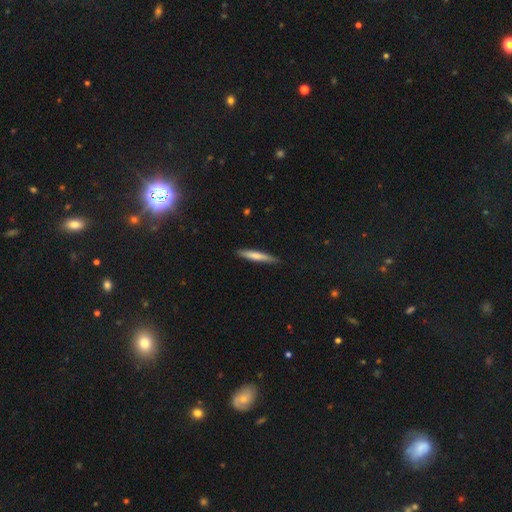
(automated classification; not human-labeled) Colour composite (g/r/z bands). It shows a smooth galaxy with no disk features (70%) that is cigar-shaped (93%). Merging: none (87%).